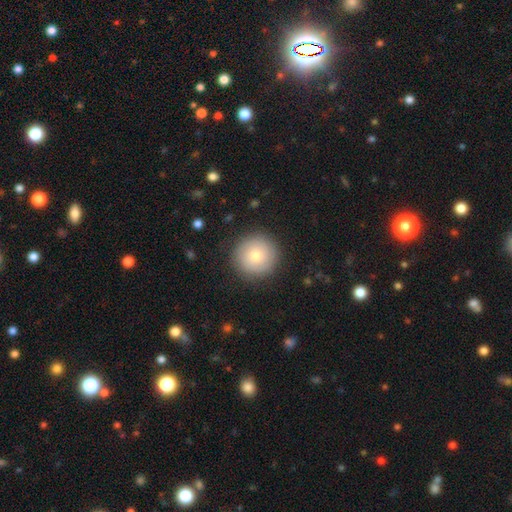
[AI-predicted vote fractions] Overall: smooth (72%). How rounded: round (95%). Merging: none (87%).